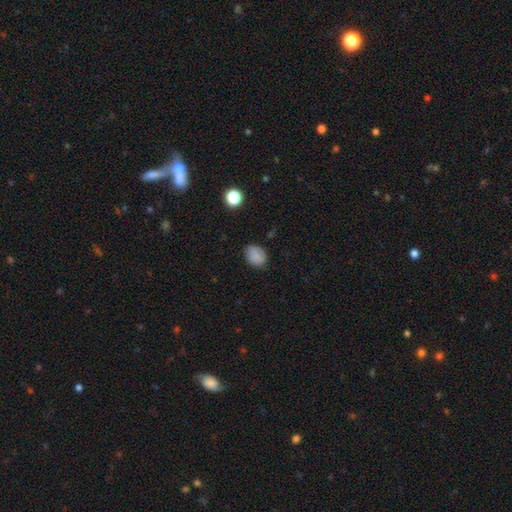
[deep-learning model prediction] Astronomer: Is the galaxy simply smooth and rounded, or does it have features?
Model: smooth — 83%.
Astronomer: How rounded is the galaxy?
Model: in between — 62%.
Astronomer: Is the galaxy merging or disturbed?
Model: none — 80%.